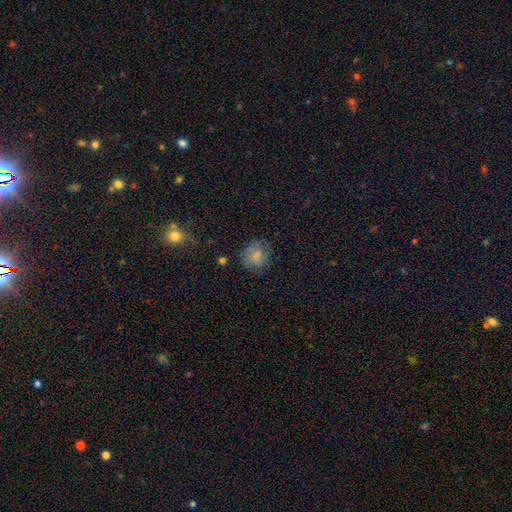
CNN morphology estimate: smooth-or-featured: smooth: 75% | featured or disk: 14% | star or artifact: 12%
  how-rounded: round: 80% | in between: 19% | cigar-shaped: 1%
  merging: none: 73% | minor disturbance: 17% | major disturbance: 8% | merger: 2%